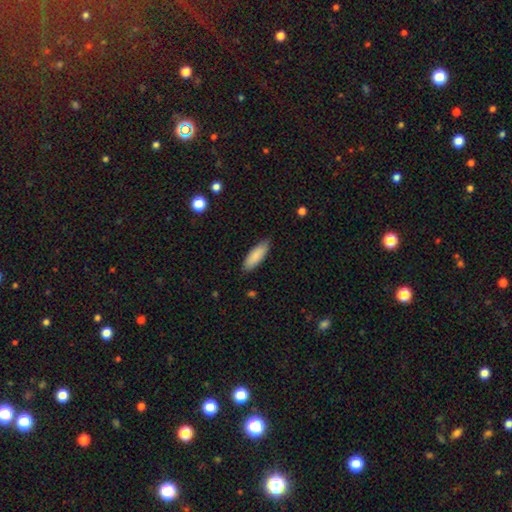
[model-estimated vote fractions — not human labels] Smooth or featured? smooth (87%)
How rounded? in between (61%)
Merging? none (85%)